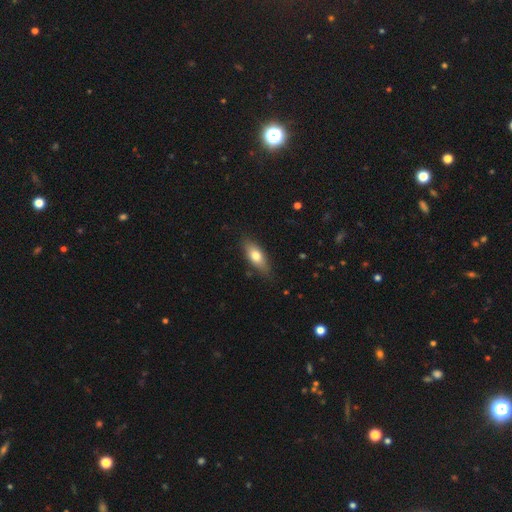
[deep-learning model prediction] Smooth or featured?
  - smooth: 70% *
  - featured or disk: 23%
  - star or artifact: 7%
How rounded?
  - in between: 74% *
  - cigar-shaped: 23%
  - round: 3%
Merging?
  - none: 82% *
  - minor disturbance: 14%
  - major disturbance: 3%
  - merger: 1%